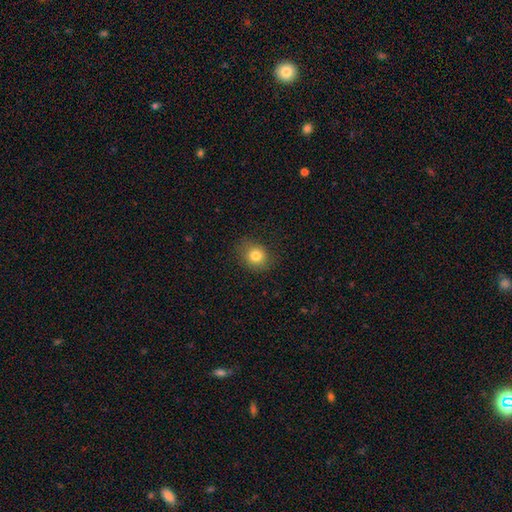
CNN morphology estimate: Smooth or featured? Predicted: smooth (p=0.80). How rounded? Predicted: round (p=0.72). Merging? Predicted: none (p=0.84).